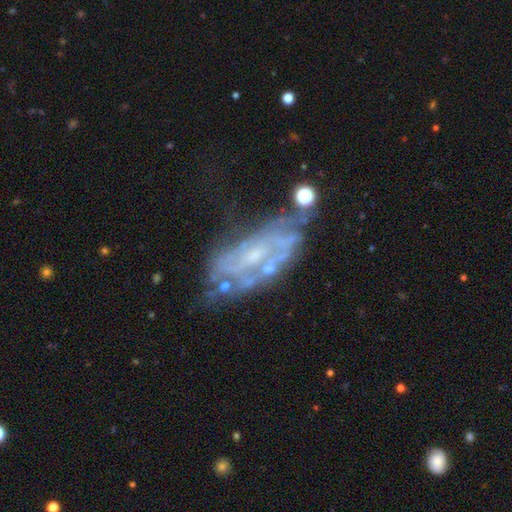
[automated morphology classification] smooth_or_featured: featured or disk (p=0.73) [alt: smooth p=0.16]
disk_edge_on: no (p=0.91) [alt: yes p=0.09]
bar: no (p=0.59) [alt: weak p=0.31]
has_spiral_arms: yes (p=0.59) [alt: no p=0.41]
bulge_size: small (p=0.61) [alt: moderate p=0.18]
merging: none (p=0.46) [alt: minor disturbance p=0.24]